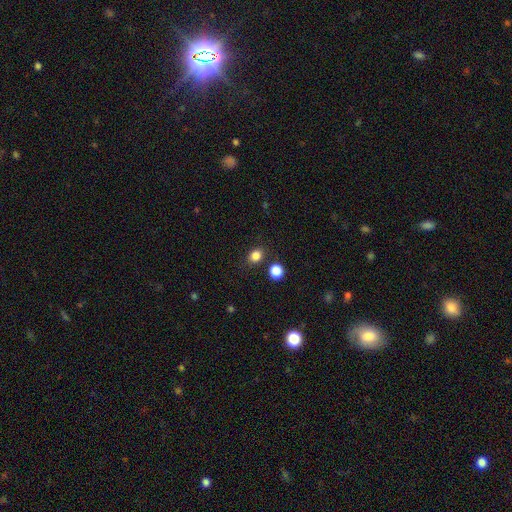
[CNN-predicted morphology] A smooth galaxy with no disk features (83%) that is round (59%).

Vote fractions:
- Smooth or featured? smooth: 83% / star or artifact: 12% / featured or disk: 4%
- How rounded? round: 59% / in between: 40% / cigar-shaped: 1%
- Merging? none: 80% / minor disturbance: 10% / merger: 7% / major disturbance: 3%